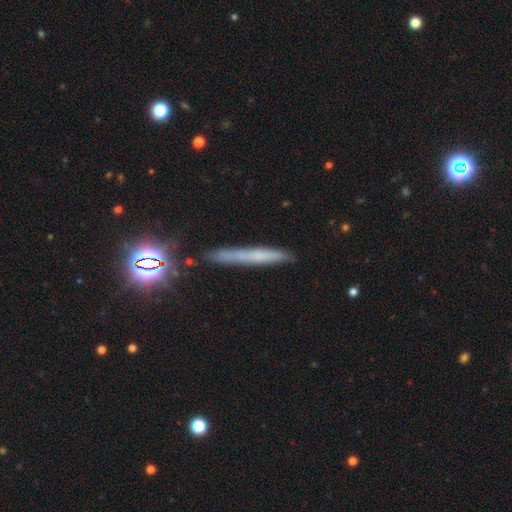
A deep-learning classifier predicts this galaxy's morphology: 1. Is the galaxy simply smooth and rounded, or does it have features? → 48% smooth, 35% featured or disk, 17% star or artifact.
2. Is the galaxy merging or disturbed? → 80% none, 14% minor disturbance, 3% major disturbance, 3% merger.